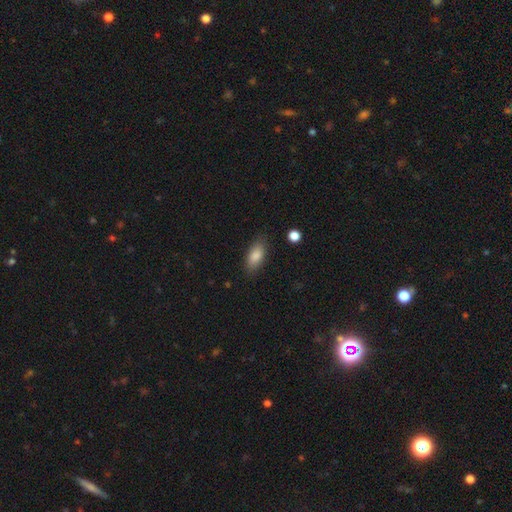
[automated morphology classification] This appears to be a smooth galaxy with no disk features (86%) that is in between round and cigar-shaped (85%). Merging: none (83%).